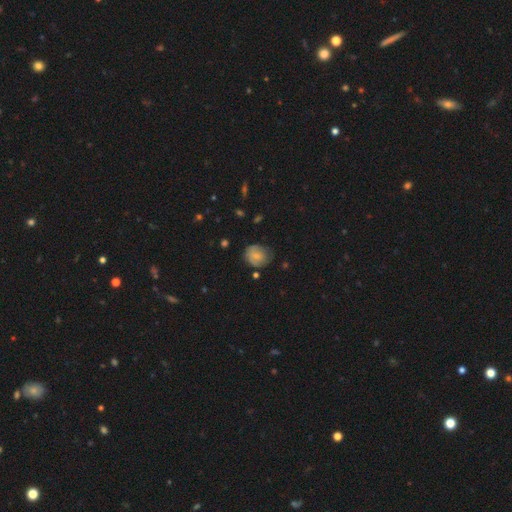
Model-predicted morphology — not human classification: Smooth or featured?
  - smooth: 64% *
  - featured or disk: 27%
  - star or artifact: 9%
How rounded?
  - round: 68% *
  - in between: 31%
  - cigar-shaped: 1%
Merging?
  - none: 65% *
  - minor disturbance: 26%
  - major disturbance: 7%
  - merger: 2%